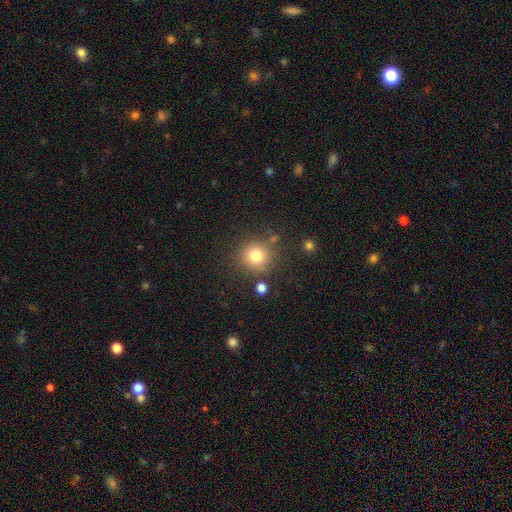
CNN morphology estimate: Q: Smooth or featured?
A: smooth (78%); runner-up: star or artifact (13%)
Q: How rounded?
A: round (91%); runner-up: in between (8%)
Q: Merging?
A: none (80%); runner-up: minor disturbance (10%)